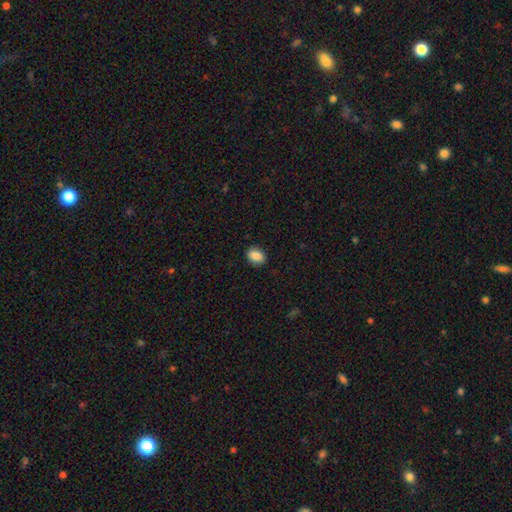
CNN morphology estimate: Smooth or featured? Predicted: smooth (p=0.87). How rounded? Predicted: in between (p=0.71). Merging? Predicted: none (p=0.88).